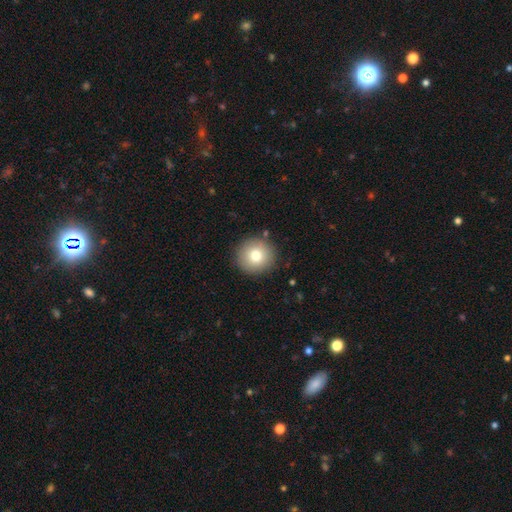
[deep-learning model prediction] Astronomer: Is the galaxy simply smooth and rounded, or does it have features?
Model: smooth — 78%.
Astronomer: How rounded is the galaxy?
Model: round — 94%.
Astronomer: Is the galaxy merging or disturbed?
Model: none — 89%.